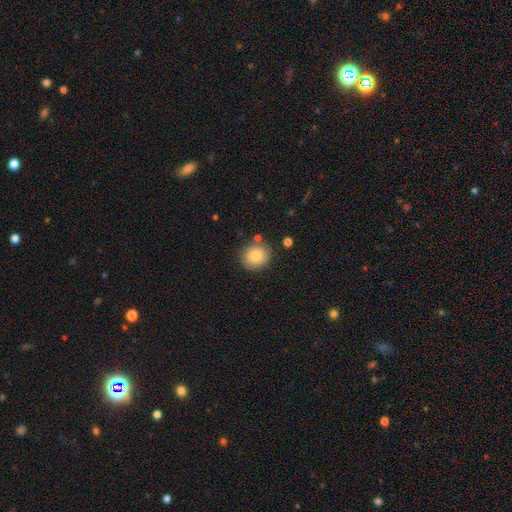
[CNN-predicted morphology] The model was most divided on "merging": none: 82%, minor disturbance: 11%, merger: 4%, major disturbance: 3%. More confident: how rounded — round (86%); smooth or featured — smooth (84%).